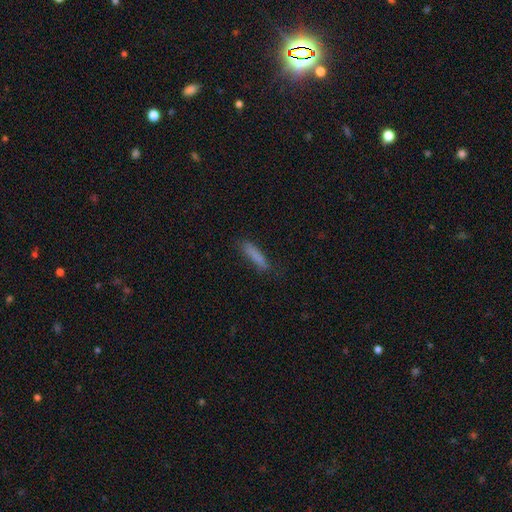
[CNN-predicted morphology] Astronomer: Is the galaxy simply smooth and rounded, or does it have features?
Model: smooth — 81%.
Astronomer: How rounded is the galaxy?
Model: cigar-shaped — 87%.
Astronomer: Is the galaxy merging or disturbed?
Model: none — 78%.